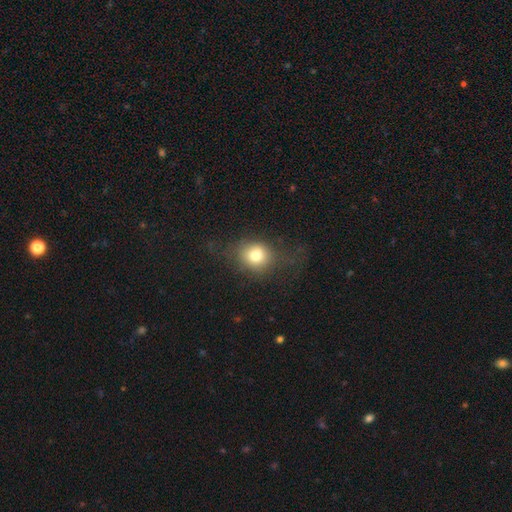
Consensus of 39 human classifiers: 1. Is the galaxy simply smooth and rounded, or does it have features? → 79% smooth, 10% featured or disk, 10% star or artifact.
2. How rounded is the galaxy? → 77% round, 23% in between, 0% cigar-shaped.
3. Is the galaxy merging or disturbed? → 63% none, 20% minor disturbance, 17% major disturbance, 0% merger.